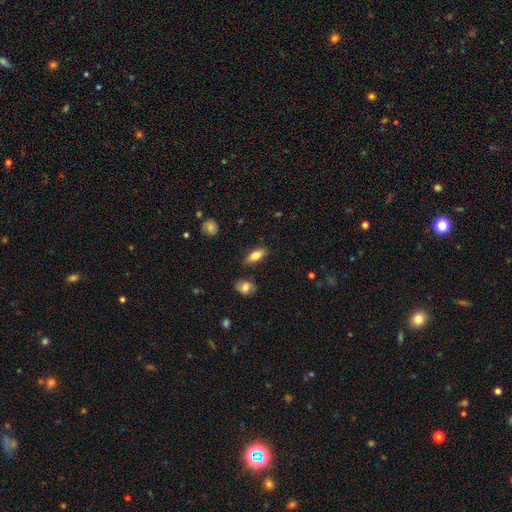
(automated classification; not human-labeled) This is likely a smooth galaxy (80%). How rounded: clearly in between (83%). Merging: clearly none (84%).